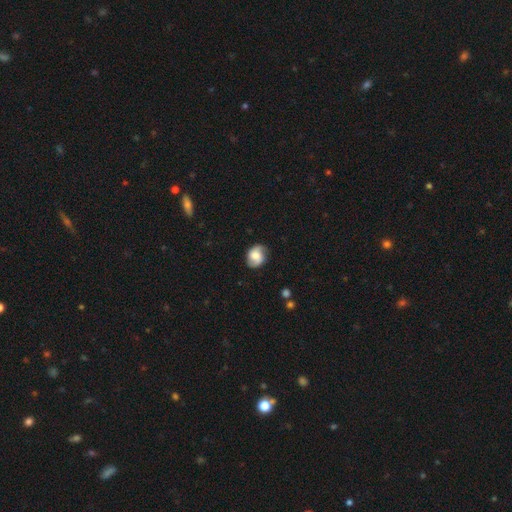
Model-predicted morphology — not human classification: smooth_or_featured: featured or disk (p=0.53) [alt: smooth p=0.39]
disk_edge_on: no (p=0.97) [alt: yes p=0.03]
bar: no (p=0.55) [alt: weak p=0.36]
has_spiral_arms: yes (p=0.89) [alt: no p=0.11]
bulge_size: moderate (p=0.48) [alt: large p=0.23]
merging: none (p=0.76) [alt: minor disturbance p=0.18]